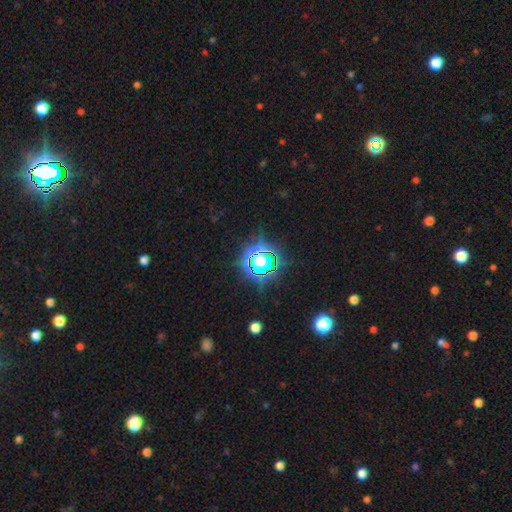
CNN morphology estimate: The model was most divided on "smooth or featured": star or artifact: 67%, smooth: 21%, featured or disk: 12%.